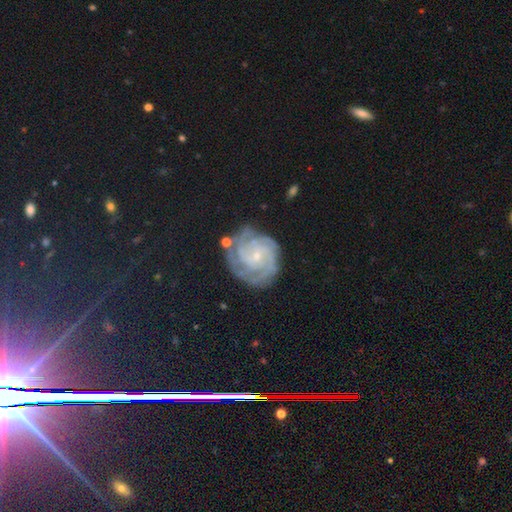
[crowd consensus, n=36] Volunteers were most divided on "spiral arm count": 3: 55%, 4: 28%, more than 4: 10%, can't tell: 7%, 1: 0%, 2: 0%. More confident: edge-on disk — no (100%); spiral arms — yes (97%); bulge size — small (97%); smooth or featured — featured or disk (83%); bar — no (80%); merging — none (76%); spiral winding — tight (76%).